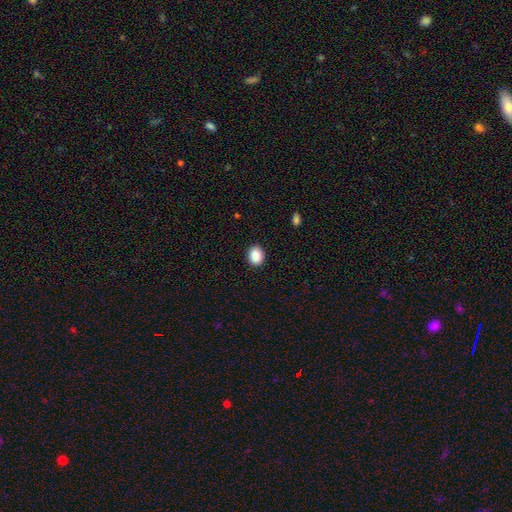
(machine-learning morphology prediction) smooth 89%, star or artifact 8%, featured or disk 3%. Down the decision tree: how rounded — round (56%); merging — none (90%).